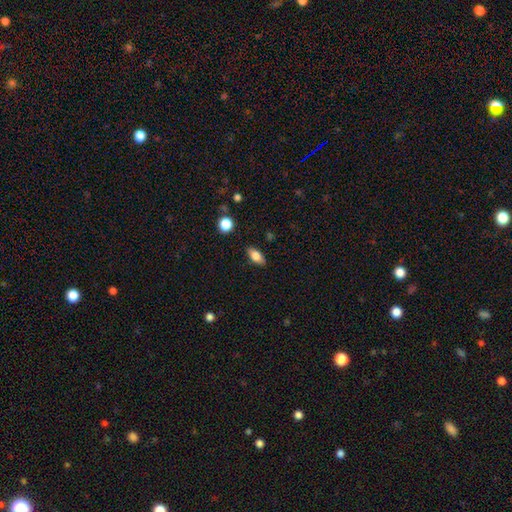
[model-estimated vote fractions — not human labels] smooth 76%, featured or disk 16%, star or artifact 8%. Down the decision tree: how rounded — in between (85%); merging — none (86%).